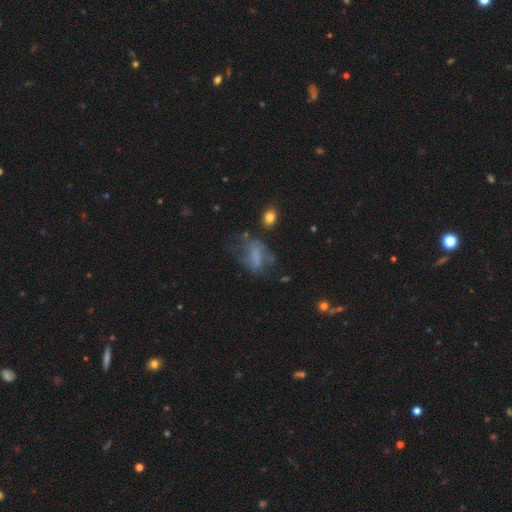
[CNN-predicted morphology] smooth-or-featured: smooth: 45% | featured or disk: 39% | star or artifact: 17%
  merging: major disturbance: 35% | none: 34% | minor disturbance: 24% | merger: 7%